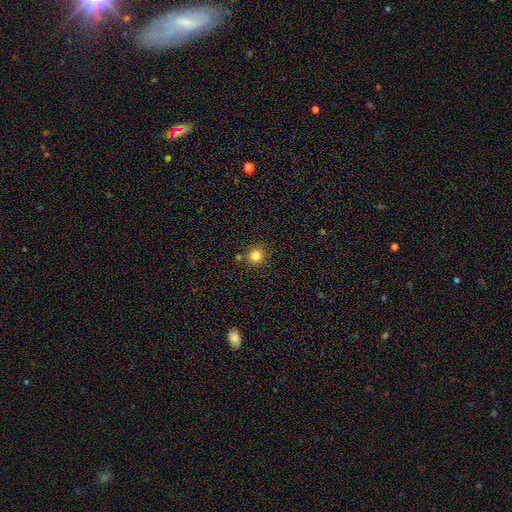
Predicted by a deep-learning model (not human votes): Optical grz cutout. It shows a smooth galaxy with no disk features (82%) that is round (93%). Merging: none (82%).